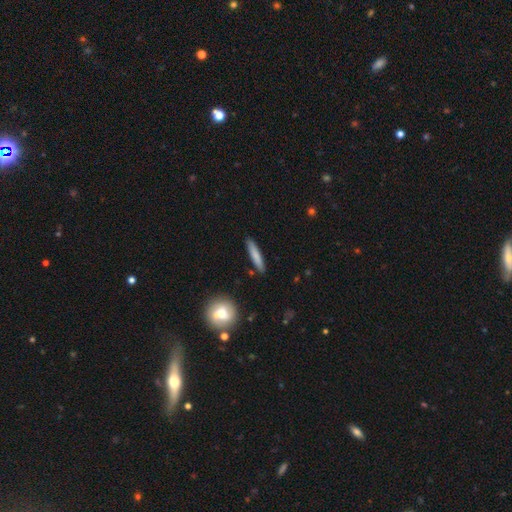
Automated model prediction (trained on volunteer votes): Smooth or featured? Predicted: smooth (p=0.77). How rounded? Predicted: cigar-shaped (p=0.90). Merging? Predicted: none (p=0.89).